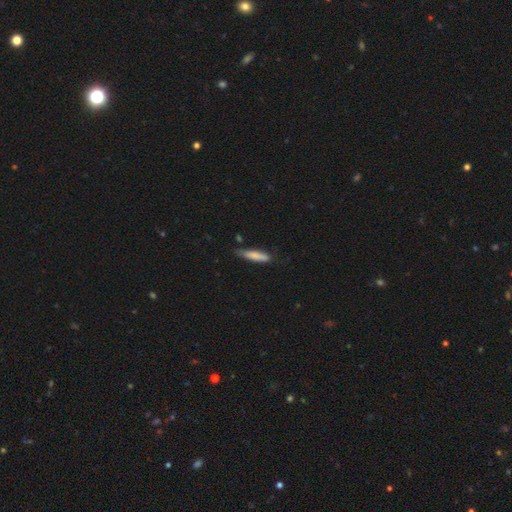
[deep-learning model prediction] Smooth or featured?
  - smooth: 79% *
  - featured or disk: 15%
  - star or artifact: 6%
How rounded?
  - cigar-shaped: 82% *
  - in between: 17%
  - round: 1%
Merging?
  - none: 67% *
  - minor disturbance: 26%
  - major disturbance: 4%
  - merger: 3%